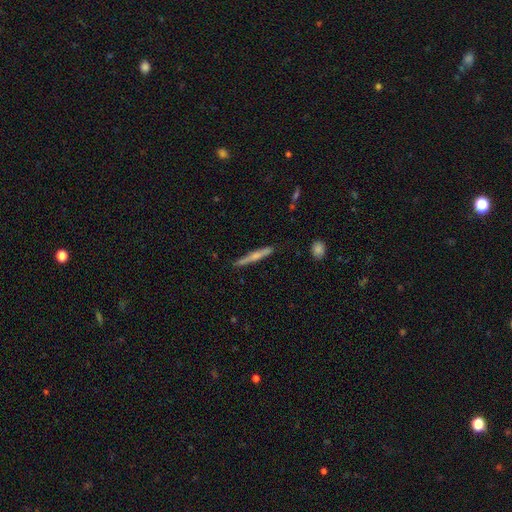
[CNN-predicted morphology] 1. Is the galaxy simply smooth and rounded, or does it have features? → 50% featured or disk, 44% smooth, 6% star or artifact.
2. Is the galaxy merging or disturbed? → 85% none, 11% minor disturbance, 2% major disturbance, 2% merger.